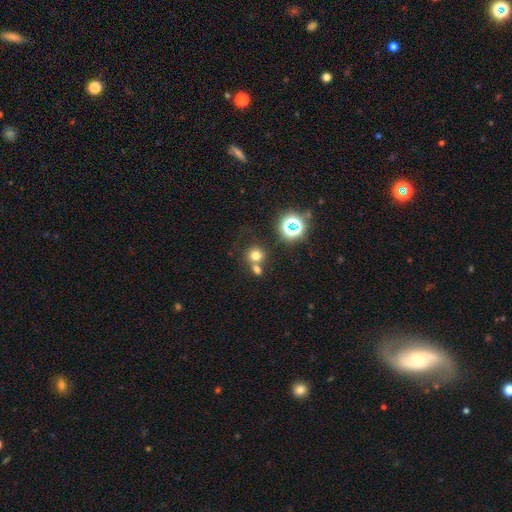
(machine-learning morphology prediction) Smooth or featured?
  - smooth: 70% *
  - star or artifact: 20%
  - featured or disk: 9%
How rounded?
  - round: 86% *
  - in between: 13%
  - cigar-shaped: 1%
Merging?
  - none: 55% *
  - merger: 33%
  - minor disturbance: 8%
  - major disturbance: 4%